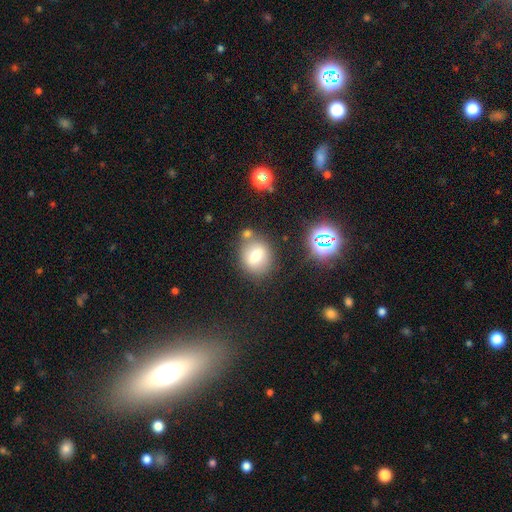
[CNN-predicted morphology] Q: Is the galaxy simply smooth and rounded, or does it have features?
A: smooth — 68%.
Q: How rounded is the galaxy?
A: round — 68%.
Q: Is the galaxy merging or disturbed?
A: none — 71%.